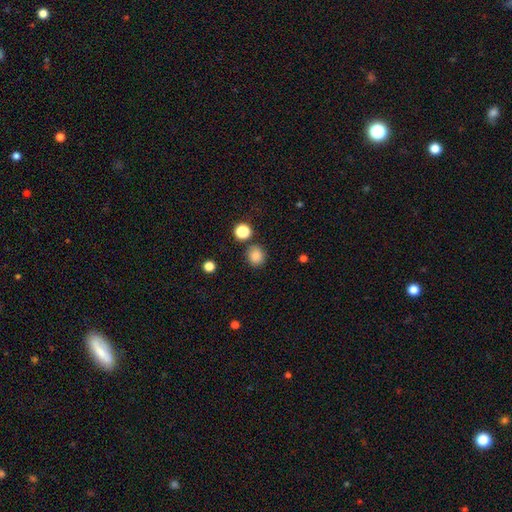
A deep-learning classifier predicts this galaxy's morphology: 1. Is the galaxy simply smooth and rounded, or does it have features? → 85% smooth, 11% star or artifact, 4% featured or disk.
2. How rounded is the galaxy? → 82% round, 17% in between, 1% cigar-shaped.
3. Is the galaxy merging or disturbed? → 82% none, 9% minor disturbance, 6% merger, 3% major disturbance.